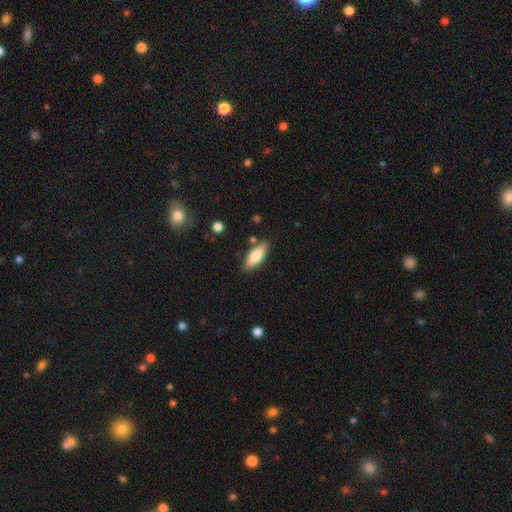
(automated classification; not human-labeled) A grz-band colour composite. It shows a smooth galaxy with no disk features (74%) that is in between round and cigar-shaped (71%). Merging: none (84%).